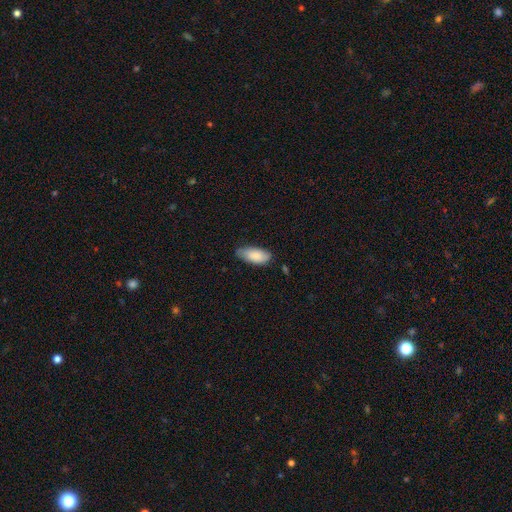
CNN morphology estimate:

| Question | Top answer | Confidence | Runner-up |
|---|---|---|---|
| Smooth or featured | smooth | 87% | featured or disk (8%) |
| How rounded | in between | 88% | cigar-shaped (10%) |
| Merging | none | 67% | minor disturbance (28%) |